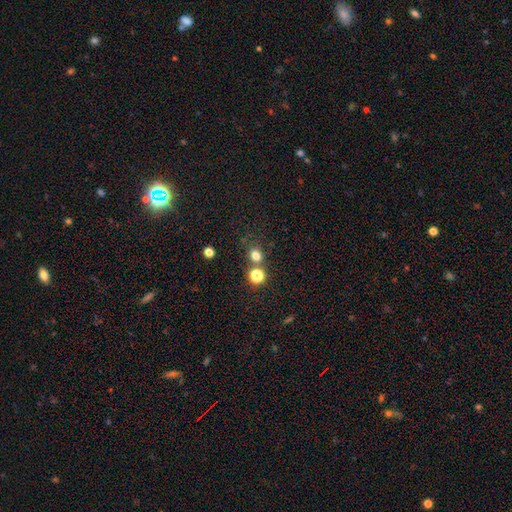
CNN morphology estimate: smooth-or-featured: smooth: 74% | star or artifact: 20% | featured or disk: 6%
  how-rounded: round: 81% | in between: 18% | cigar-shaped: 1%
  merging: none: 68% | merger: 18% | minor disturbance: 9% | major disturbance: 4%